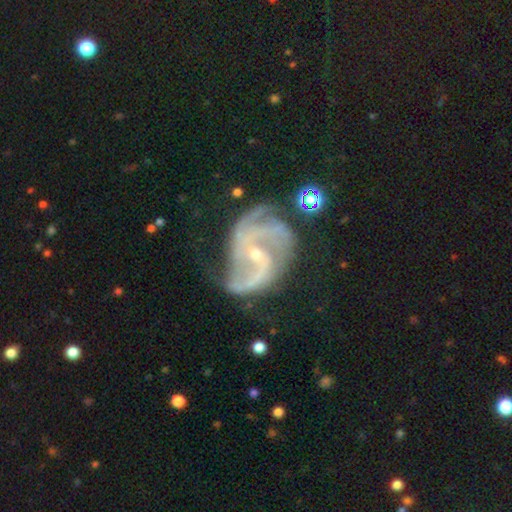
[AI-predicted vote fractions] This appears to be a featured or disk galaxy (89%) with a weak bar (42%), 2 (34%) medium (49%) spiral arms (97%) and a small central bulge (74%). Merging: none (50%).